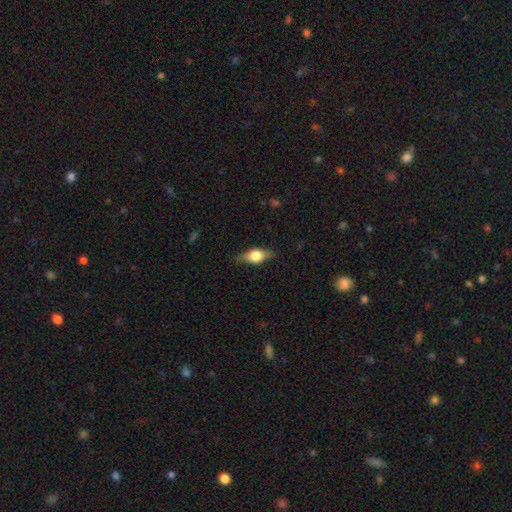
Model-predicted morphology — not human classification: Overall: smooth (51%; featured or disk 41%). How rounded: in between (73%). Merging: none (81%).